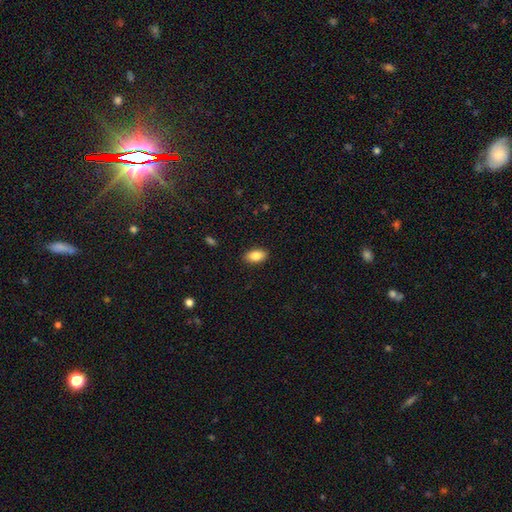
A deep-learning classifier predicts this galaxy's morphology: A smooth galaxy with no disk features (85%) that is in between round and cigar-shaped (92%). Merging: none (89%).